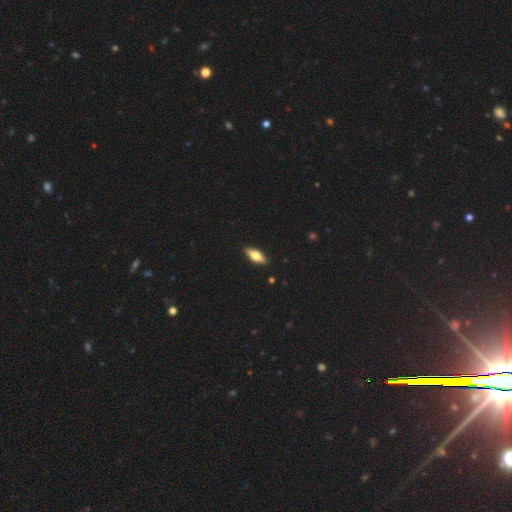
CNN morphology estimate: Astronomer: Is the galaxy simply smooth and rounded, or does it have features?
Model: smooth — 56% (runner-up: featured or disk, 37%).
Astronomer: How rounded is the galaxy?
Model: in between — 67%.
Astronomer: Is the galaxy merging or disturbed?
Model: none — 89%.